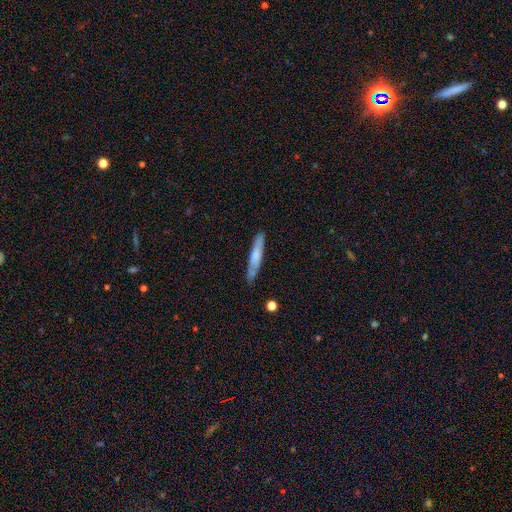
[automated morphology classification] Smooth or featured: smooth — 64% (featured or disk — 30%)
How rounded: cigar-shaped — 92% (in between — 6%)
Merging: none — 82% (minor disturbance — 14%)